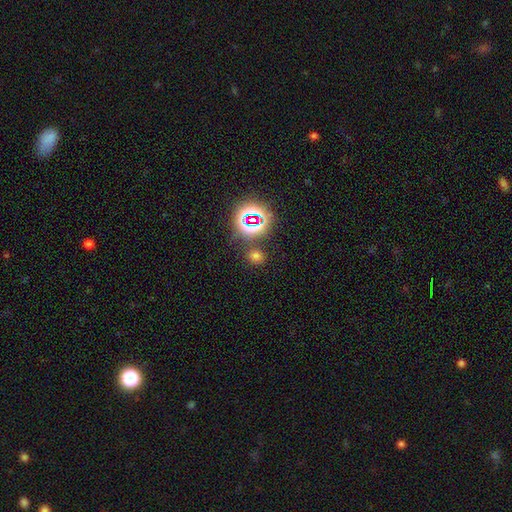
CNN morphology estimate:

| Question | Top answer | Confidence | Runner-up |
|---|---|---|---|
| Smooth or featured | smooth | 61% | star or artifact (33%) |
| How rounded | round | 70% | in between (28%) |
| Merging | none | 80% | minor disturbance (9%) |